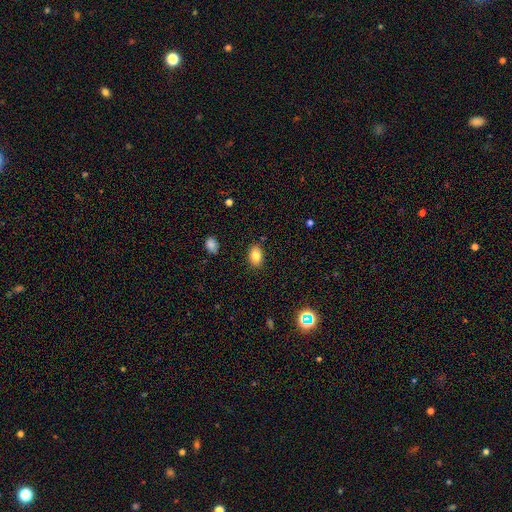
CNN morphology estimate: smooth-or-featured: smooth: 83% | star or artifact: 9% | featured or disk: 7%
  how-rounded: in between: 87% | round: 12% | cigar-shaped: 1%
  merging: none: 86% | minor disturbance: 10% | major disturbance: 2% | merger: 2%